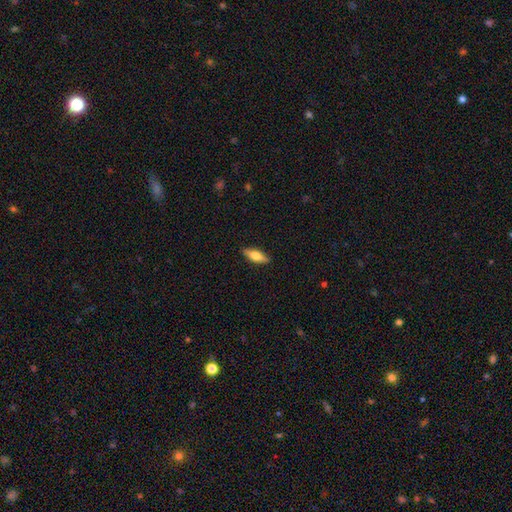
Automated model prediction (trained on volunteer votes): Smooth or featured? smooth (57%)
How rounded? in between (58%)
Merging? none (90%)